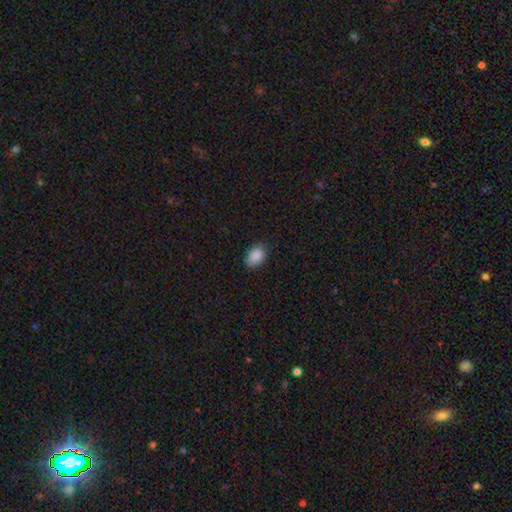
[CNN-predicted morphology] type=smooth (89%); roundness=in between (82%); merging=none (78%).